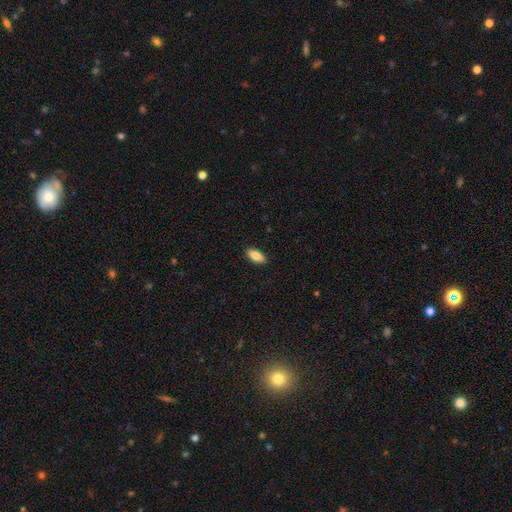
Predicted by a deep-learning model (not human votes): A smooth galaxy with no disk features (80%) that is in between round and cigar-shaped (79%).

Vote fractions:
- Smooth or featured? smooth: 80% / featured or disk: 14% / star or artifact: 6%
- How rounded? in between: 79% / cigar-shaped: 19% / round: 2%
- Merging? none: 90% / minor disturbance: 8% / major disturbance: 2% / merger: 1%